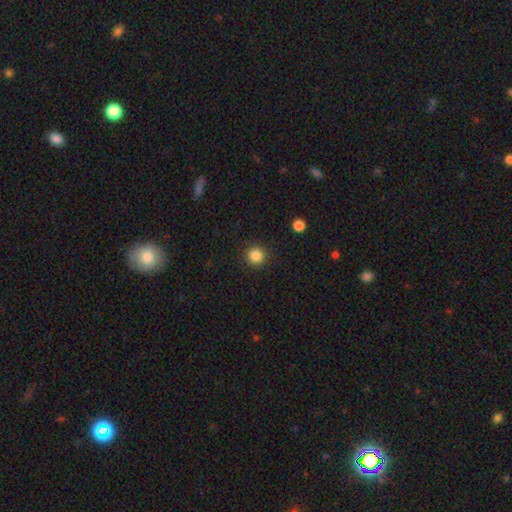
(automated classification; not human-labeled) Q: Smooth or featured?
A: smooth (86%); runner-up: star or artifact (11%)
Q: How rounded?
A: round (94%); runner-up: in between (5%)
Q: Merging?
A: none (91%); runner-up: minor disturbance (5%)